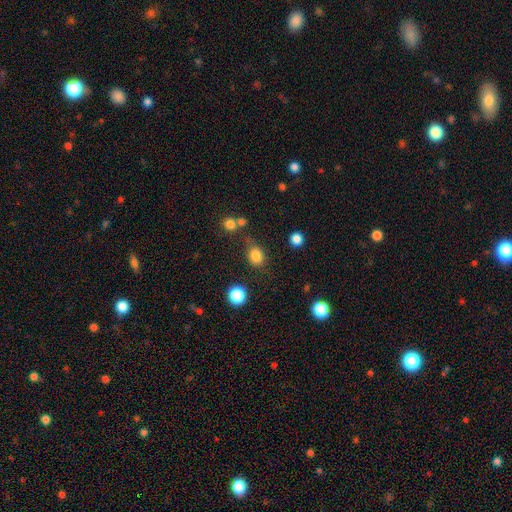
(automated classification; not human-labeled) Q: Smooth or featured?
A: smooth (82%); runner-up: star or artifact (12%)
Q: How rounded?
A: round (56%); runner-up: in between (43%)
Q: Merging?
A: none (70%); runner-up: minor disturbance (17%)